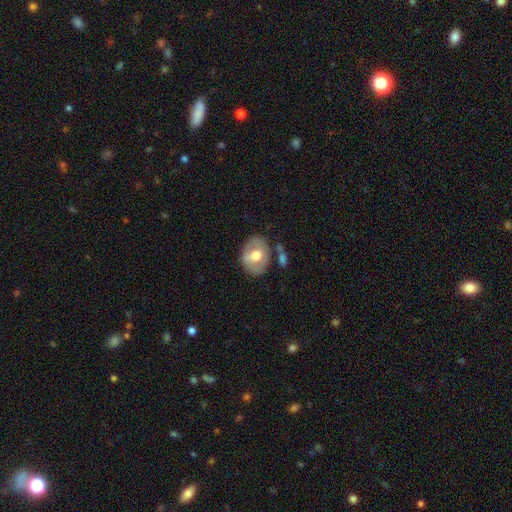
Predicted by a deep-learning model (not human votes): This appears to be a smooth galaxy with no disk features (48%). Merging: none (69%).